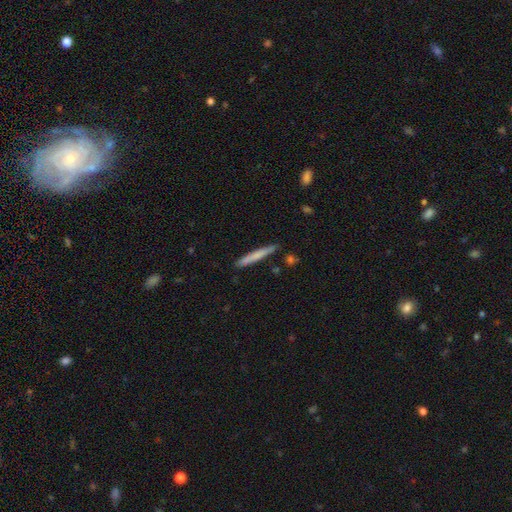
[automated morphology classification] A smooth galaxy with no disk features (66%) that is cigar-shaped (96%). Merging: none (87%).